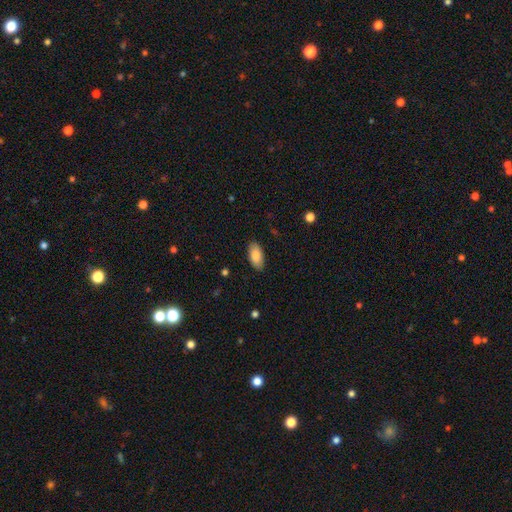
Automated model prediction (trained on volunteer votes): Overall: smooth (86%). How rounded: in between (93%). Merging: none (86%).